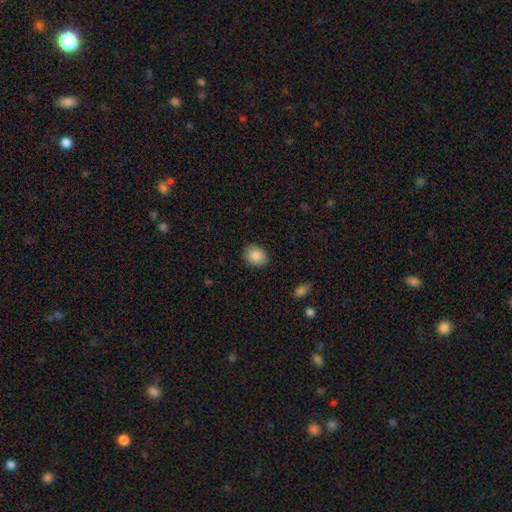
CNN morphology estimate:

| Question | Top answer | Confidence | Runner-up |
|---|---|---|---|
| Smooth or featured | smooth | 86% | star or artifact (8%) |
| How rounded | in between | 59% | round (40%) |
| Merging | none | 88% | minor disturbance (9%) |